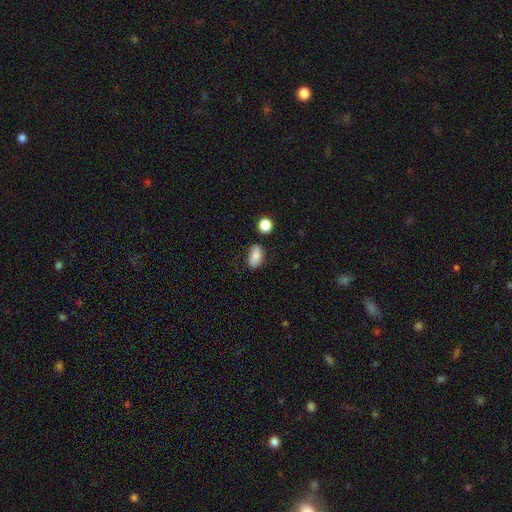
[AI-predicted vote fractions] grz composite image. It shows a smooth galaxy with no disk features (80%) that is in between round and cigar-shaped (88%). Merging: none (71%).